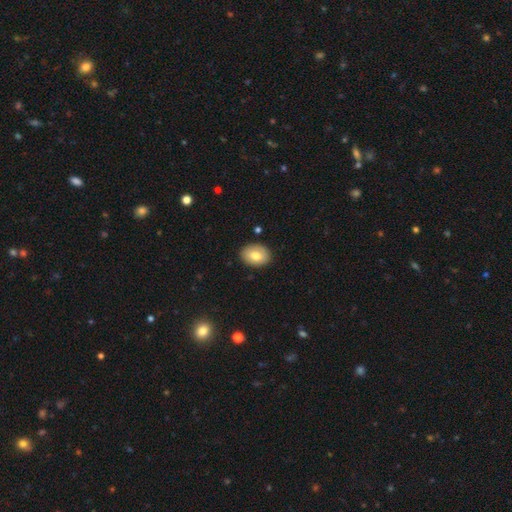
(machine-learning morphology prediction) This is likely a smooth galaxy (76%). How rounded: likely in between (72%). Merging: clearly none (88%).